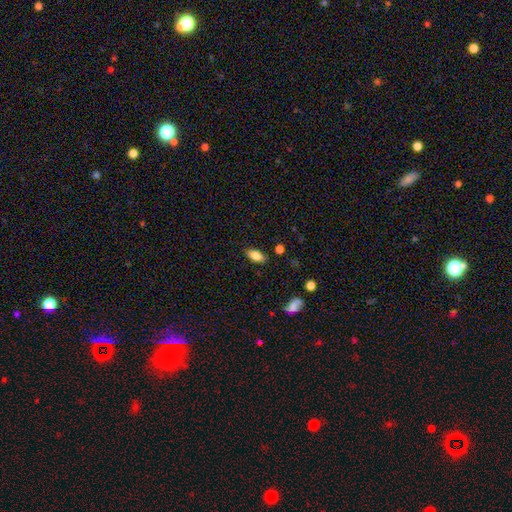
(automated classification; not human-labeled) A smooth galaxy with no disk features (83%) that is in between round and cigar-shaped (88%).

Vote fractions:
- Smooth or featured? smooth: 83% / featured or disk: 9% / star or artifact: 8%
- How rounded? in between: 88% / cigar-shaped: 9% / round: 3%
- Merging? none: 84% / minor disturbance: 11% / major disturbance: 3% / merger: 2%